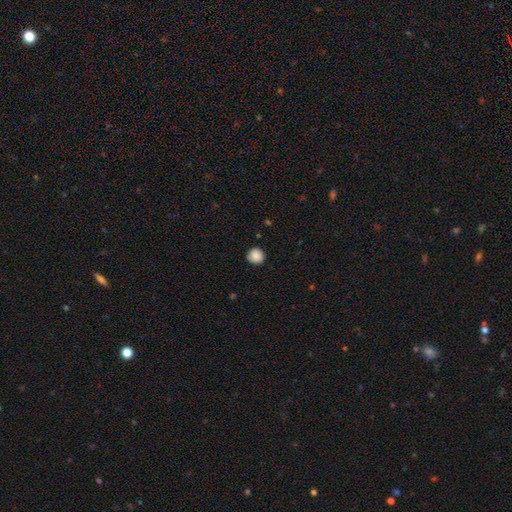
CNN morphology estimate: smooth 88%, star or artifact 9%, featured or disk 4%. Down the decision tree: how rounded — round (91%); merging — none (88%).